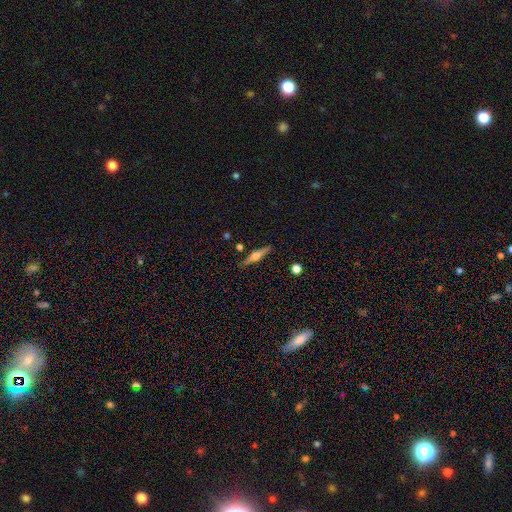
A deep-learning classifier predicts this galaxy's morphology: smooth-or-featured: featured or disk: 64% | smooth: 30% | star or artifact: 6%
  disk-edge-on: yes: 97% | no: 3%
    edge-on-bulge: rounded: 89% | boxy: 7% | none: 4%
  merging: none: 88% | minor disturbance: 8% | merger: 2% | major disturbance: 2%